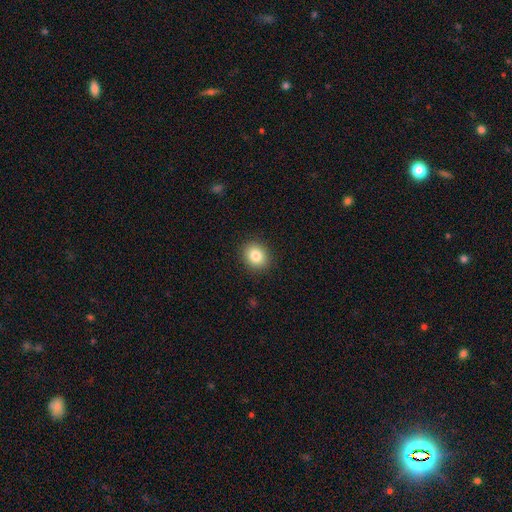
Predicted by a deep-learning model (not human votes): Smooth or featured? Predicted: smooth (p=0.84). How rounded? Predicted: round (p=0.69). Merging? Predicted: none (p=0.90).